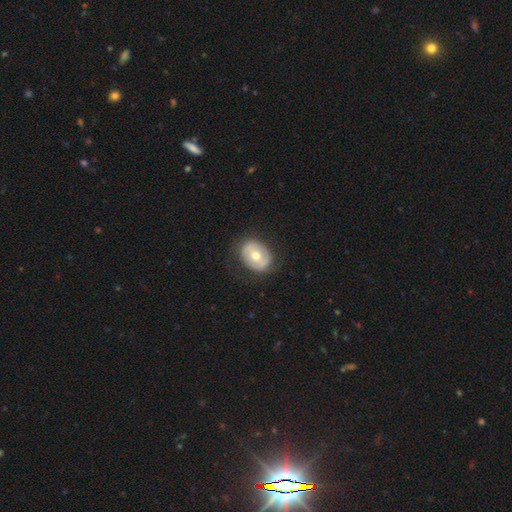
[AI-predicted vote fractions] smooth-or-featured: smooth: 52% | featured or disk: 42% | star or artifact: 6%
  how-rounded: in between: 58% | round: 41% | cigar-shaped: 1%
  merging: none: 79% | minor disturbance: 14% | major disturbance: 5% | merger: 1%